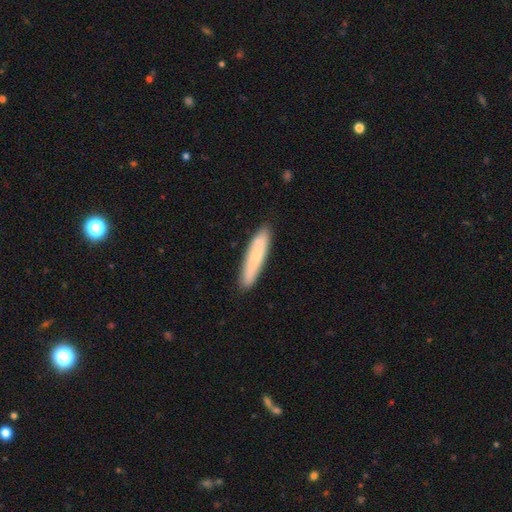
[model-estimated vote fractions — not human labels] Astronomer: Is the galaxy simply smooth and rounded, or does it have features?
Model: smooth — 67%.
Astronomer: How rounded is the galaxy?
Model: cigar-shaped — 85%.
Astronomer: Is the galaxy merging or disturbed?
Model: none — 88%.